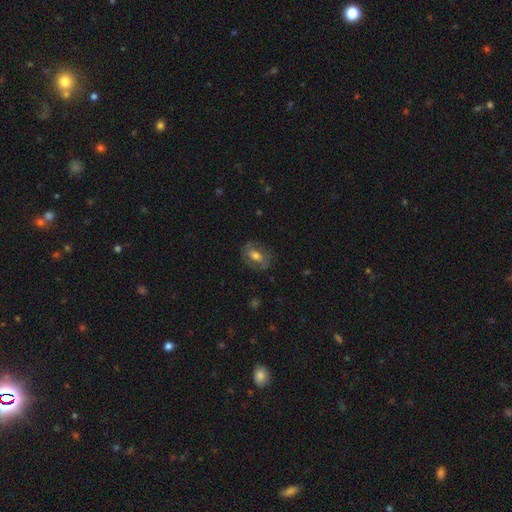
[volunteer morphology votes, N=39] smooth-or-featured: smooth: 54% | featured or disk: 36% | star or artifact: 10%
  how-rounded: in between: 81% | round: 19% | cigar-shaped: 0%
  merging: none: 74% | major disturbance: 17% | minor disturbance: 9% | merger: 0%